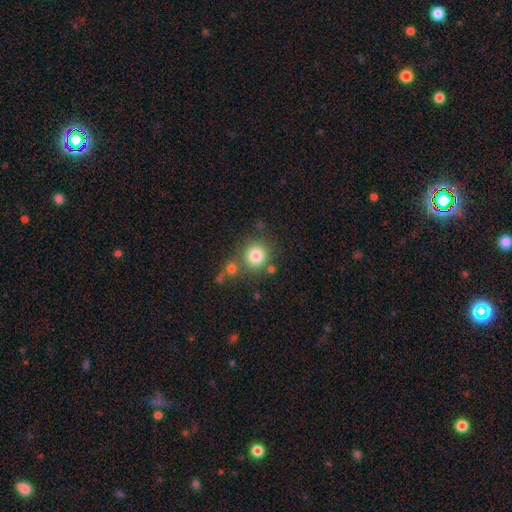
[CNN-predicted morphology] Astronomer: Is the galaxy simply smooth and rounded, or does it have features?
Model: smooth — 81%.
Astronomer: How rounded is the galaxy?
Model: round — 91%.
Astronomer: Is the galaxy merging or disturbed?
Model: none — 72%.